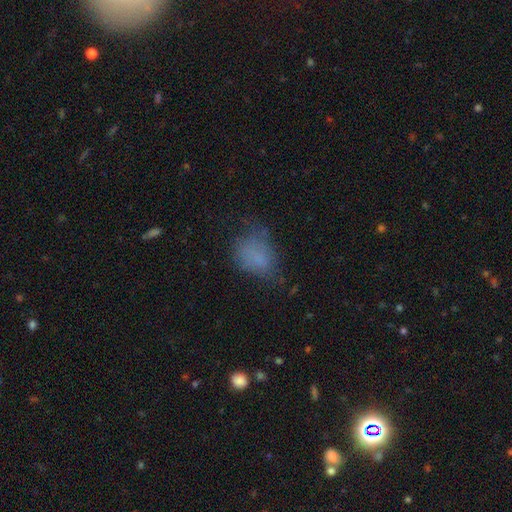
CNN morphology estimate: Smooth or featured: smooth — 70% (star or artifact — 15%)
How rounded: in between — 75% (round — 23%)
Merging: none — 44% (minor disturbance — 31%)